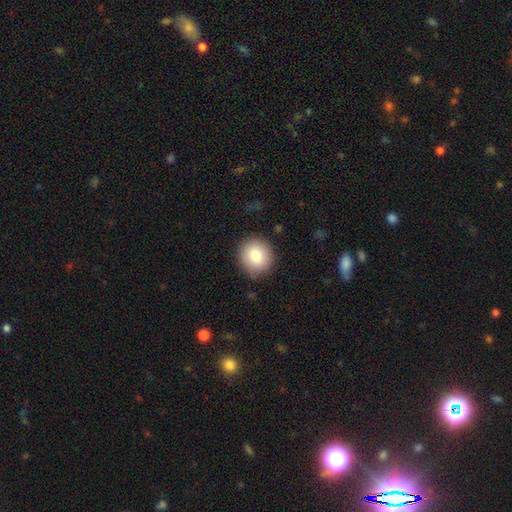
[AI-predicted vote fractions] smooth_or_featured: smooth (p=0.81) [alt: featured or disk p=0.10]
how_rounded: round (p=0.90) [alt: in between p=0.09]
merging: none (p=0.88) [alt: minor disturbance p=0.09]